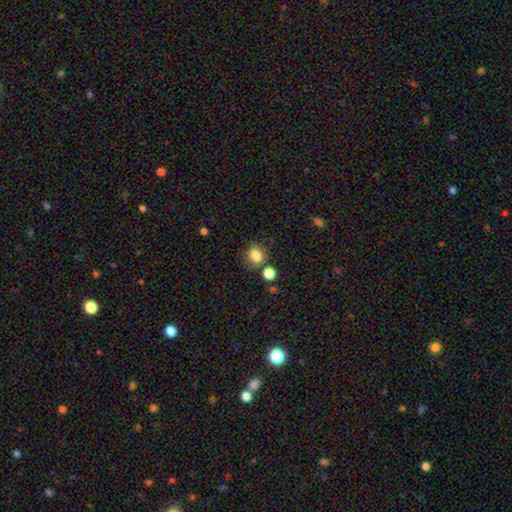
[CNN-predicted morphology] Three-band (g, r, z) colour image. It shows a smooth galaxy with no disk features (83%) that is round (71%). Merging: none (72%).